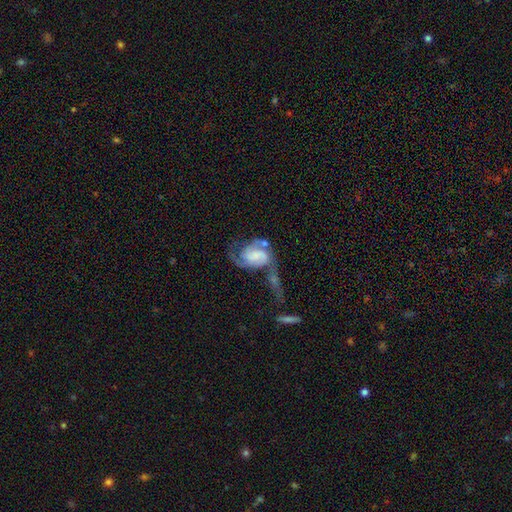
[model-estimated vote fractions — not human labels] smooth_or_featured: featured or disk (p=0.73) [alt: smooth p=0.20]
disk_edge_on: no (p=0.97) [alt: yes p=0.03]
bar: no (p=0.55) [alt: weak p=0.33]
has_spiral_arms: yes (p=0.92) [alt: no p=0.08]
spiral_winding: medium (p=0.45) [alt: tight p=0.28]
spiral_arm_count: 2 (p=0.77) [alt: can't tell p=0.08]
bulge_size: none (p=0.40) [alt: small p=0.23]
merging: merger (p=0.28) [tied with: major disturbance p=0.28]